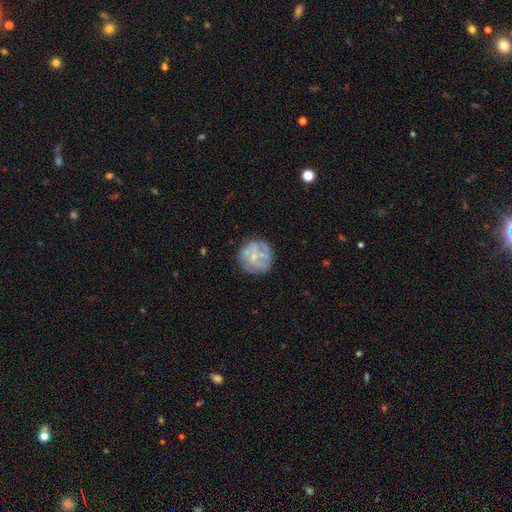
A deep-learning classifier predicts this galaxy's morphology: This appears to be a featured or disk galaxy (68%) with no bar (68%), spiral arms (67%) and a small central bulge (57%). Merging: none (71%).